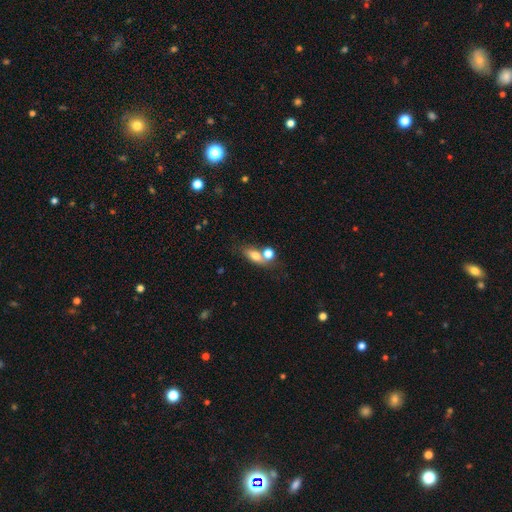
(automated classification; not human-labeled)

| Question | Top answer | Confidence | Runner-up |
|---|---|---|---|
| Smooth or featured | smooth | 72% | featured or disk (18%) |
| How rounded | in between | 70% | round (18%) |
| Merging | none | 42% | merger (40%) |